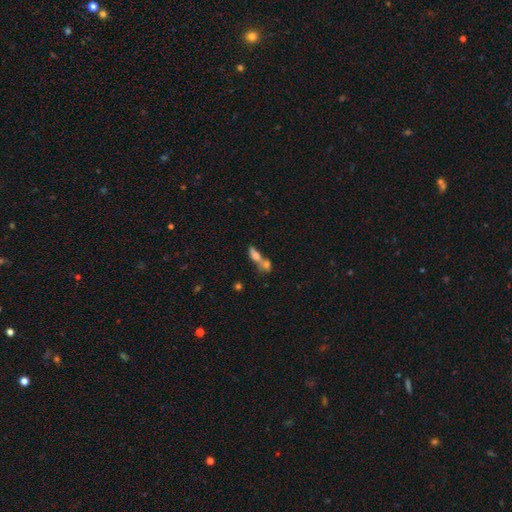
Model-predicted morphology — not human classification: Smooth or featured? smooth (65%)
How rounded? in between (63%)
Merging? merger (69%)